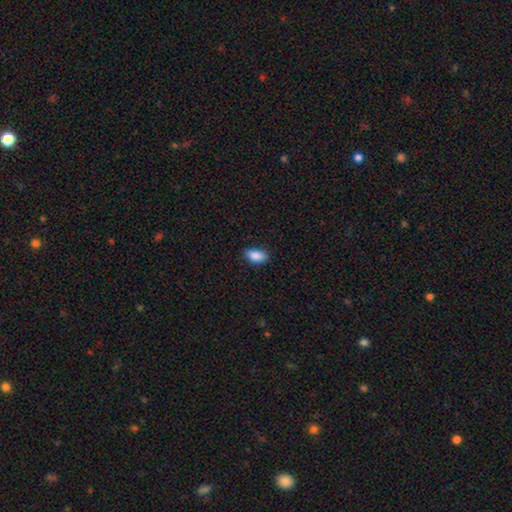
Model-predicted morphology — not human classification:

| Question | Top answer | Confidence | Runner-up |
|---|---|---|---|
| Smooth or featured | smooth | 88% | star or artifact (7%) |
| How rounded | in between | 92% | round (5%) |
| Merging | none | 87% | minor disturbance (10%) |